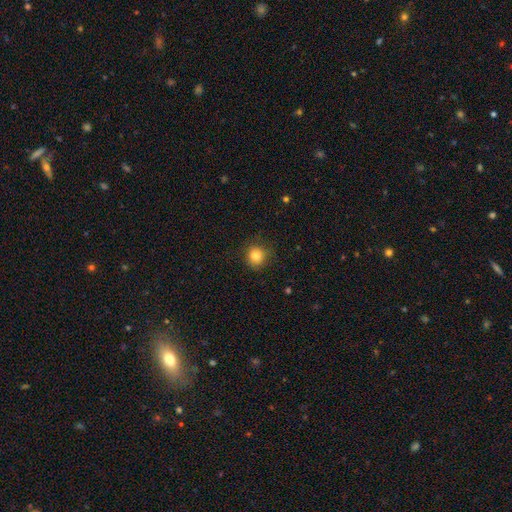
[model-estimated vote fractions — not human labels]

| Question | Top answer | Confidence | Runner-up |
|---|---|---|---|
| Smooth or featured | smooth | 83% | star or artifact (11%) |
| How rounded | round | 87% | in between (12%) |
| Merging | none | 83% | minor disturbance (13%) |